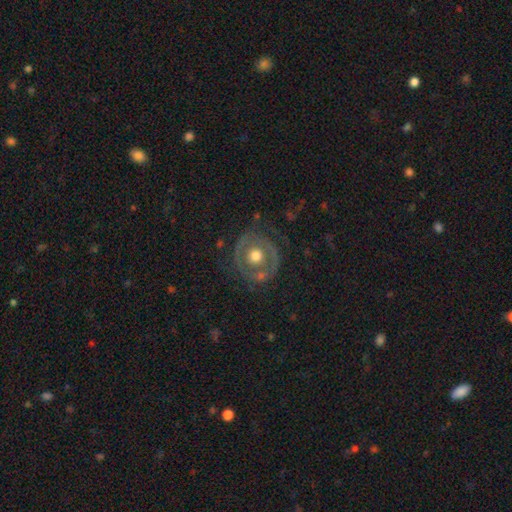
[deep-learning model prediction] A featured or disk galaxy (58%) with no bar (88%), no spiral arms (73%) and a moderate central bulge (60%). Merging: none (70%).